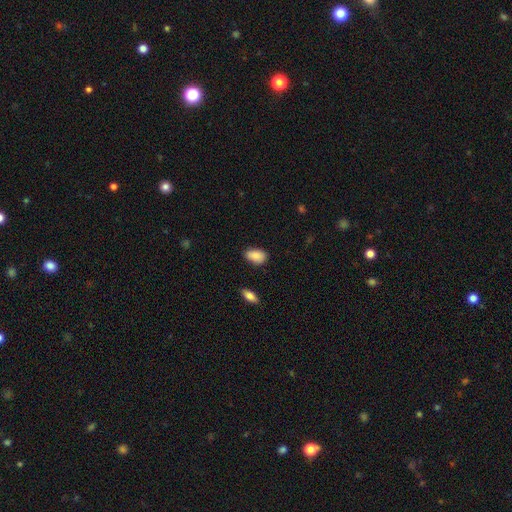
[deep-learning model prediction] This appears to be a smooth galaxy with no disk features (89%) that is in between round and cigar-shaped (92%). Merging: none (82%).